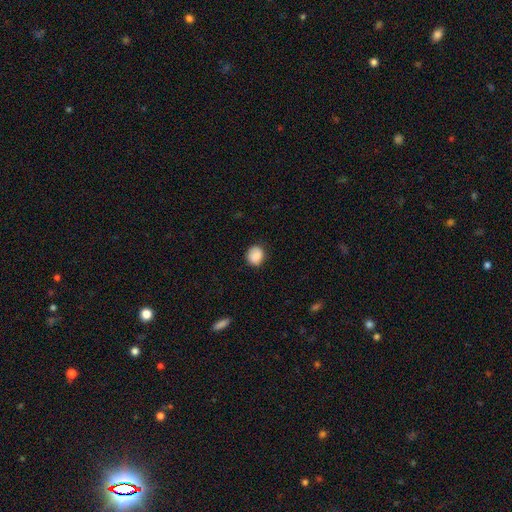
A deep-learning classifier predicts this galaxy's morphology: smooth 87%, star or artifact 8%, featured or disk 5%. Down the decision tree: how rounded — round (72%); merging — none (82%).